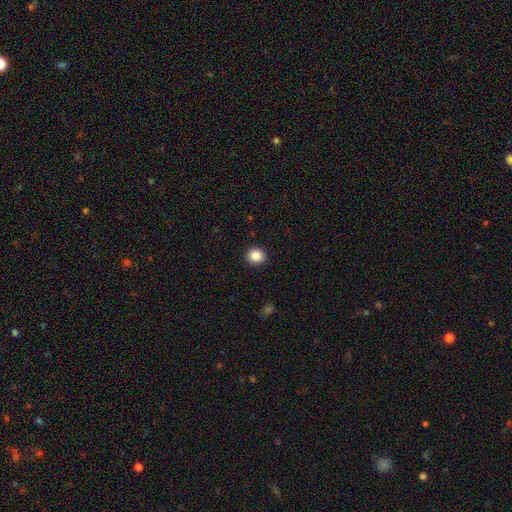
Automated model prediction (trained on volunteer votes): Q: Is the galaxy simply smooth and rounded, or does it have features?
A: smooth — 86%.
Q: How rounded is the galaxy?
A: round — 86%.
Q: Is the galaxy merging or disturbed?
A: none — 92%.